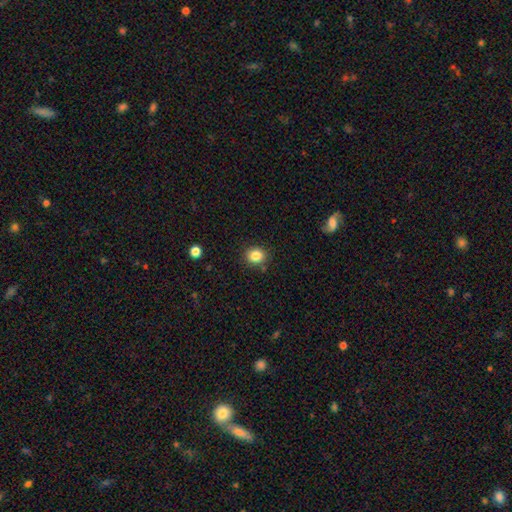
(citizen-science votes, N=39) smooth-or-featured: smooth: 95% | star or artifact: 5% | featured or disk: 0%
  how-rounded: round: 89% | in between: 11% | cigar-shaped: 0%
  merging: none: 78% | minor disturbance: 16% | major disturbance: 3% | merger: 3%